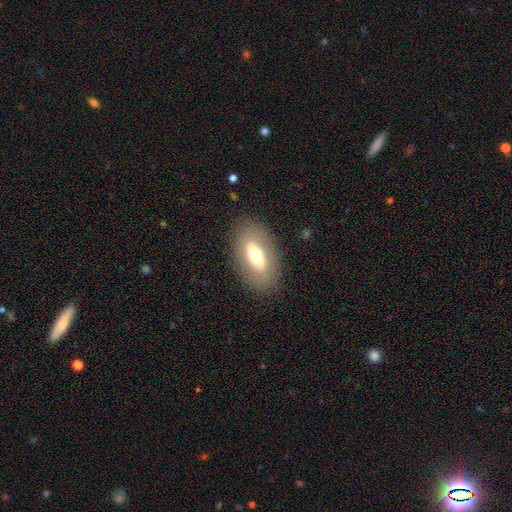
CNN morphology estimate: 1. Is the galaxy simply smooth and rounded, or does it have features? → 58% smooth, 34% featured or disk, 8% star or artifact.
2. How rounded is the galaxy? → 89% in between, 5% round, 5% cigar-shaped.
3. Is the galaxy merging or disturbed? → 85% none, 10% minor disturbance, 5% major disturbance, 1% merger.